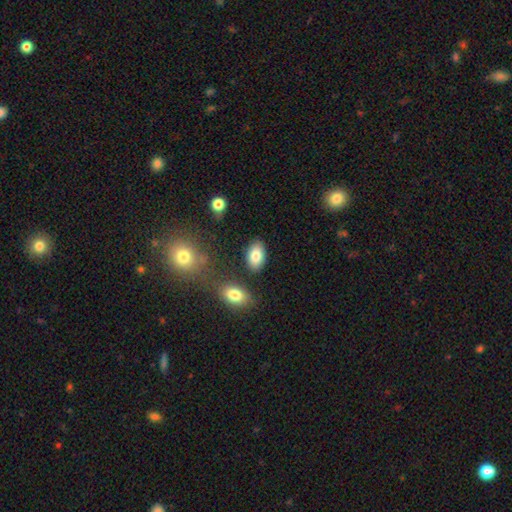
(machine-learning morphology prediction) Overall: smooth (85%). How rounded: in between (91%). Merging: none (83%).